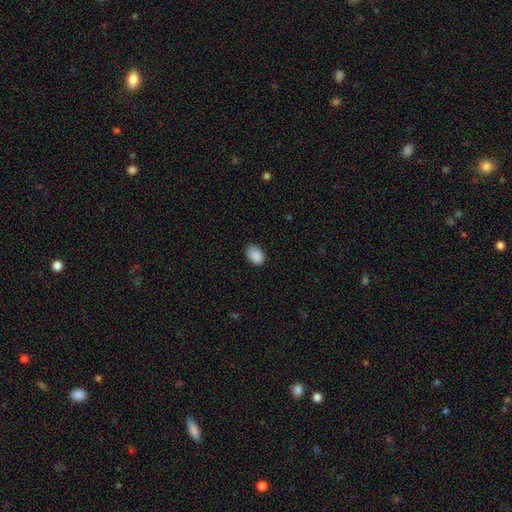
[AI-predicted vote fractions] A smooth galaxy with no disk features (89%) that is in between round and cigar-shaped (76%).

Vote fractions:
- Smooth or featured? smooth: 89% / star or artifact: 8% / featured or disk: 3%
- How rounded? in between: 76% / round: 23% / cigar-shaped: 1%
- Merging? none: 79% / minor disturbance: 17% / major disturbance: 3% / merger: 1%